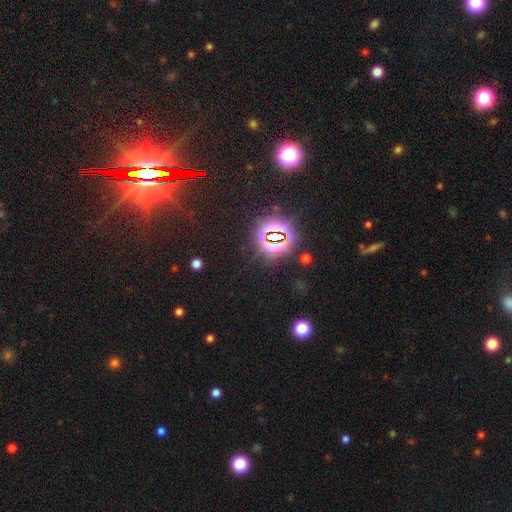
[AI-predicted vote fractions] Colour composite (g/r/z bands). It shows a star or artifact, not a galaxy (82%).